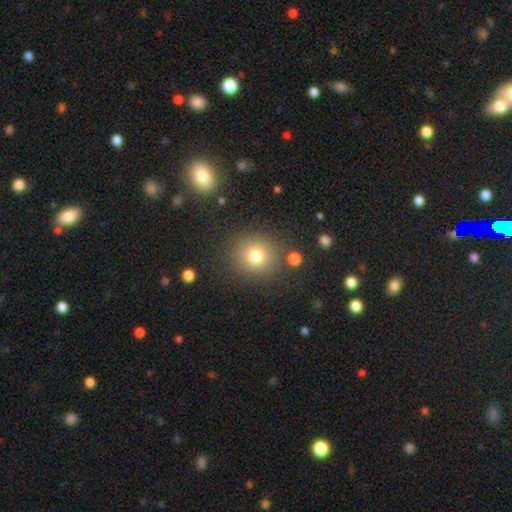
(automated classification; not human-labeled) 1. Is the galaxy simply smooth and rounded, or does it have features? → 77% smooth, 15% star or artifact, 9% featured or disk.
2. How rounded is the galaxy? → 90% round, 9% in between, 1% cigar-shaped.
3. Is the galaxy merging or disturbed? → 85% none, 8% minor disturbance, 4% major disturbance, 4% merger.